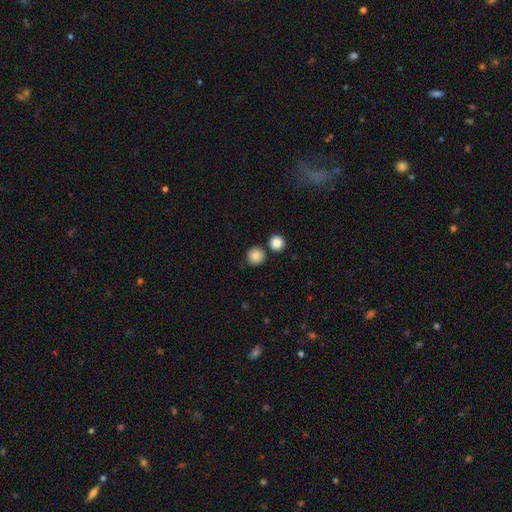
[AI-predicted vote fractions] smooth 86%, star or artifact 10%, featured or disk 5%. Down the decision tree: how rounded — round (94%); merging — none (81%).